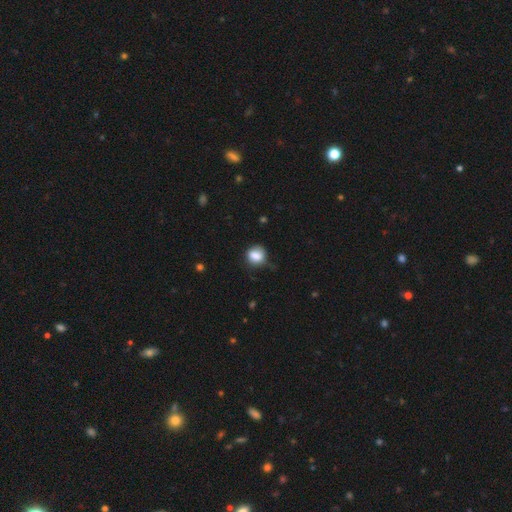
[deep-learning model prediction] This is clearly a smooth galaxy (83%). How rounded: likely round (71%). Merging: possibly none (56%).